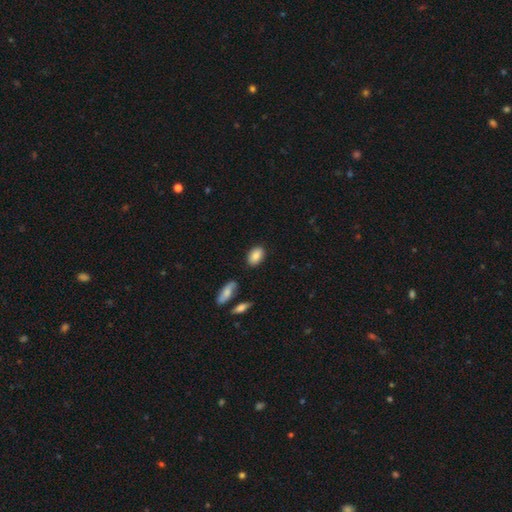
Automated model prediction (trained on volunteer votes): This appears to be a smooth galaxy with no disk features (87%) that is in between round and cigar-shaped (89%). Merging: none (85%).